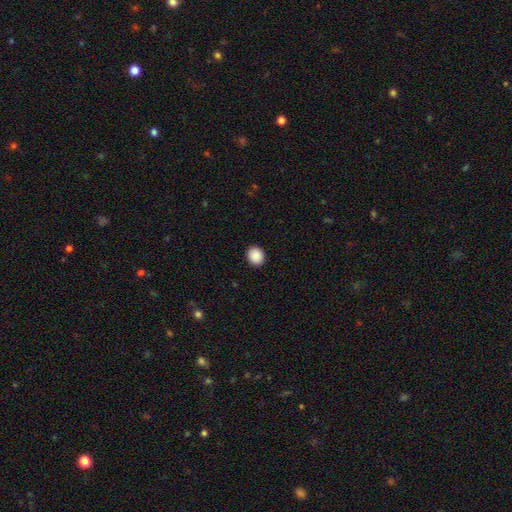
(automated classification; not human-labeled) smooth_or_featured: smooth (p=0.89) [alt: star or artifact p=0.08]
how_rounded: round (p=0.72) [alt: in between p=0.27]
merging: none (p=0.92) [alt: minor disturbance p=0.06]